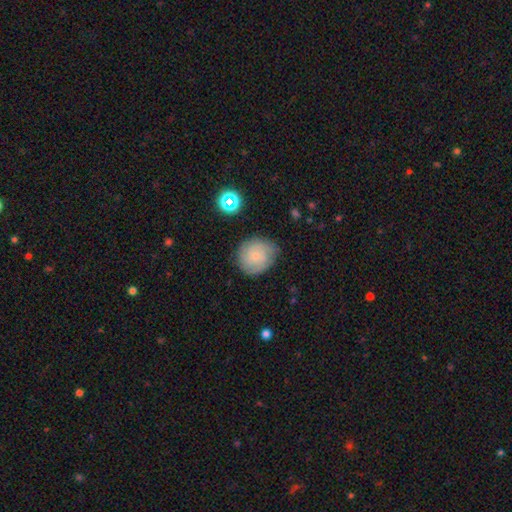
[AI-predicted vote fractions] A smooth galaxy with no disk features (59%) that is round (80%).

Vote fractions:
- Smooth or featured? smooth: 59% / featured or disk: 31% / star or artifact: 10%
- How rounded? round: 80% / in between: 19% / cigar-shaped: 1%
- Merging? none: 75% / minor disturbance: 18% / major disturbance: 4% / merger: 2%